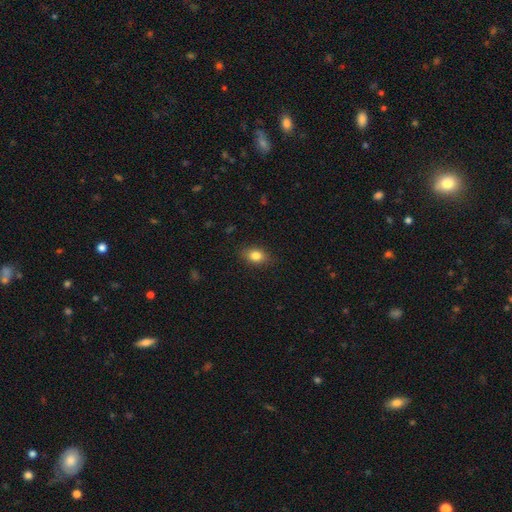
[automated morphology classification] smooth-or-featured: smooth: 82% | star or artifact: 9% | featured or disk: 8%
  how-rounded: in between: 74% | round: 24% | cigar-shaped: 2%
  merging: none: 86% | minor disturbance: 11% | major disturbance: 3% | merger: 1%